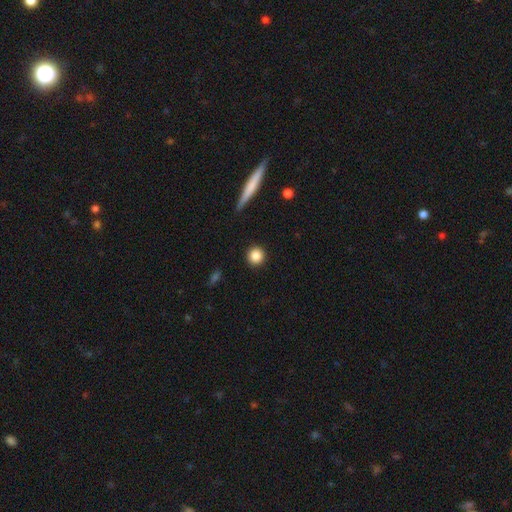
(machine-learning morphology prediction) smooth_or_featured: smooth (p=0.87) [alt: star or artifact p=0.09]
how_rounded: round (p=0.94) [alt: in between p=0.05]
merging: none (p=0.91) [alt: minor disturbance p=0.05]